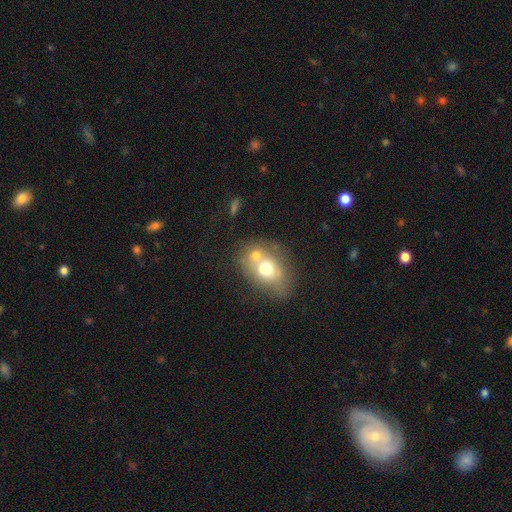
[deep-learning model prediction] Smooth or featured? Predicted: smooth (p=0.60). How rounded? Predicted: in between (p=0.62). Merging? Predicted: merger (p=0.54).